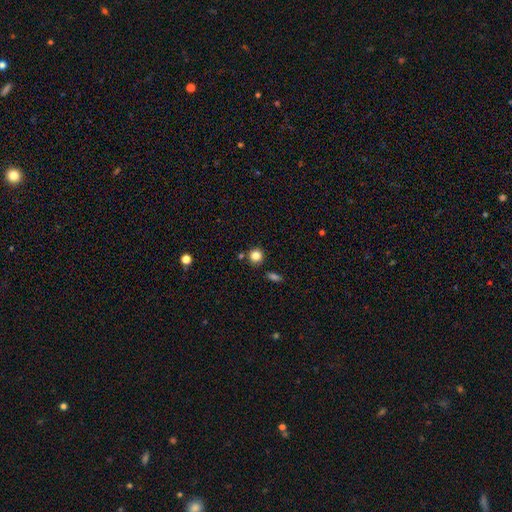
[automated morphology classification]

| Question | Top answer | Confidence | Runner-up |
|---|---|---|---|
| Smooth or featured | smooth | 83% | star or artifact (11%) |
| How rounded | round | 89% | in between (10%) |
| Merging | none | 82% | minor disturbance (9%) |